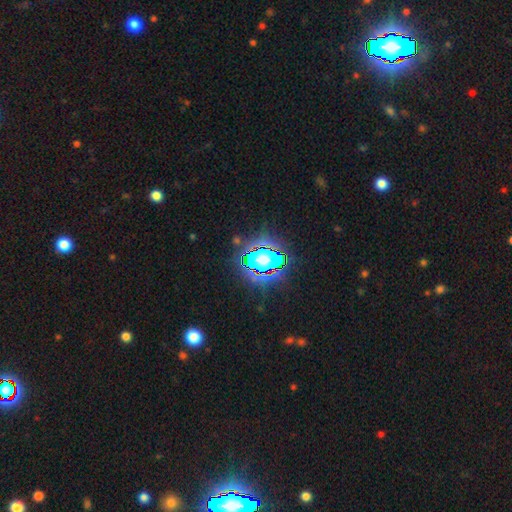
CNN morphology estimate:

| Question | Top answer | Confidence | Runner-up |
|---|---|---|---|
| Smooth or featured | star or artifact | 79% | smooth (12%) |